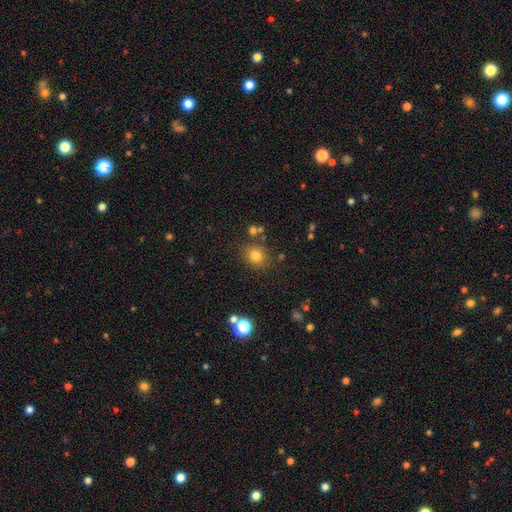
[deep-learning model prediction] Morphology: type=smooth (78%); roundness=round (77%); merging=none (80%).